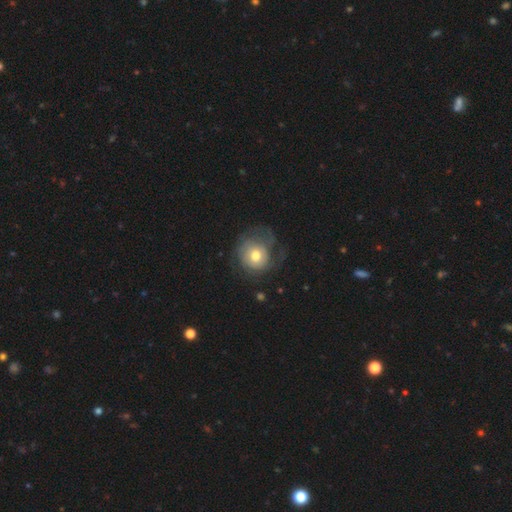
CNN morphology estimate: Smooth or featured? Predicted: featured or disk (p=0.49). Merging? Predicted: none (p=0.49).